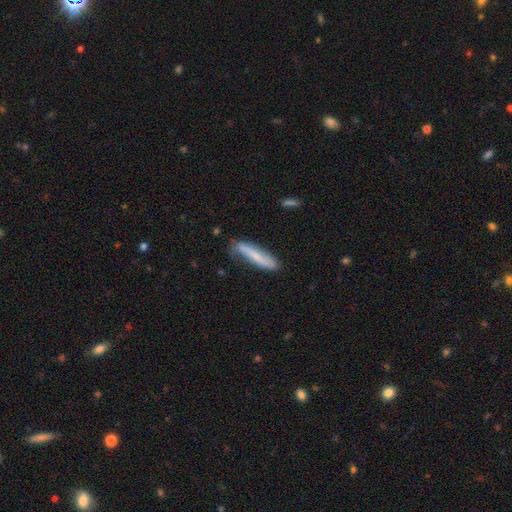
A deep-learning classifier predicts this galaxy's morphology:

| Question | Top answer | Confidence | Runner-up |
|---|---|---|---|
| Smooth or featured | smooth | 61% | featured or disk (32%) |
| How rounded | cigar-shaped | 86% | in between (12%) |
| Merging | none | 68% | minor disturbance (23%) |